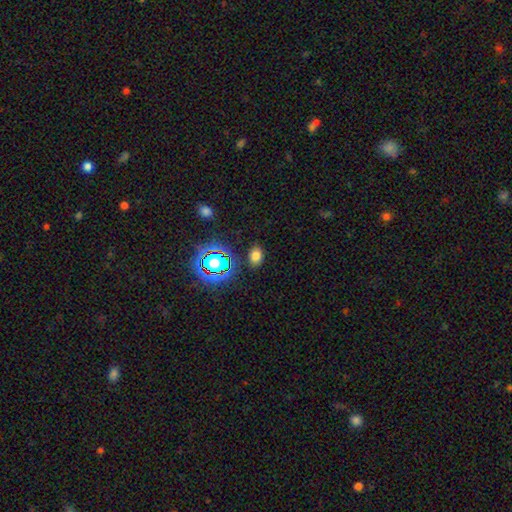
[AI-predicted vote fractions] smooth_or_featured: smooth (p=0.71) [alt: star or artifact p=0.21]
how_rounded: in between (p=0.73) [alt: round p=0.26]
merging: none (p=0.85) [alt: minor disturbance p=0.10]